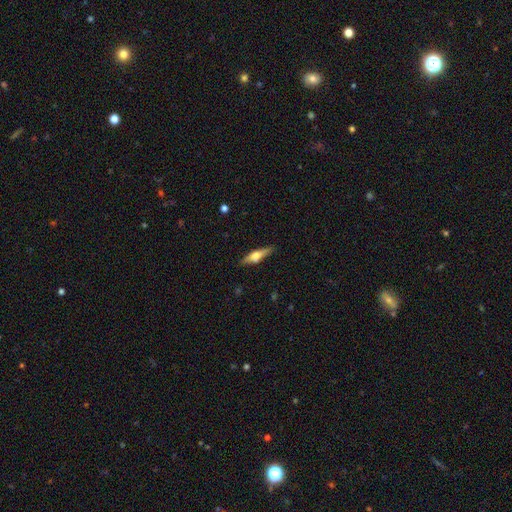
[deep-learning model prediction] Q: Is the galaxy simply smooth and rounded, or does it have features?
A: featured or disk — 54%.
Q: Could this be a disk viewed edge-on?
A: yes — 94%.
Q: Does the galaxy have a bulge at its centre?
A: rounded — 90%.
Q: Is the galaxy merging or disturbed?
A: none — 86%.